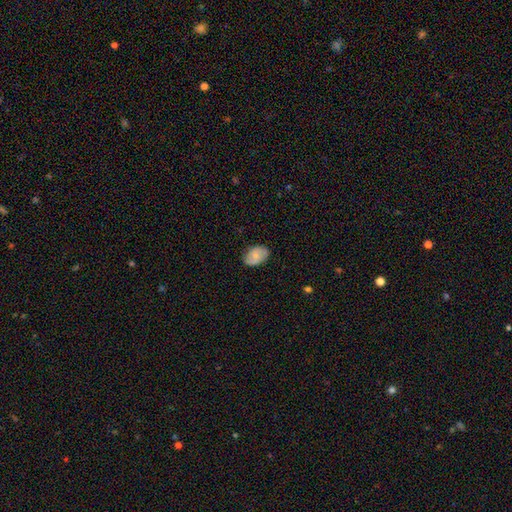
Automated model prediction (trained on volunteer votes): This is likely a smooth galaxy (70%). How rounded: clearly in between (87%). Merging: likely none (79%).